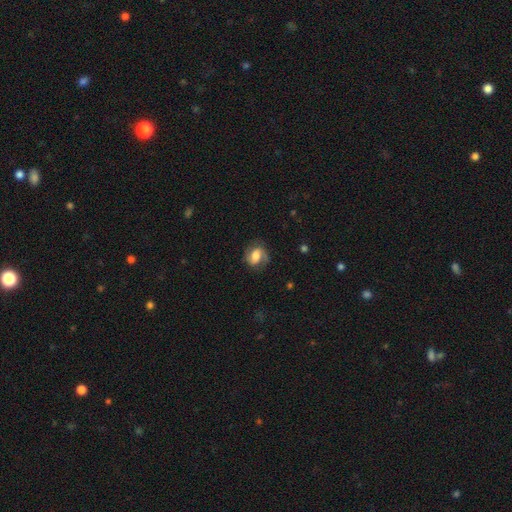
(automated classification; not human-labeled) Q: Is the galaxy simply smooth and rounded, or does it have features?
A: featured or disk — 51%.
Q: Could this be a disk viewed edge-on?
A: no — 97%.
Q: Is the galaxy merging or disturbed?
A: none — 69%.